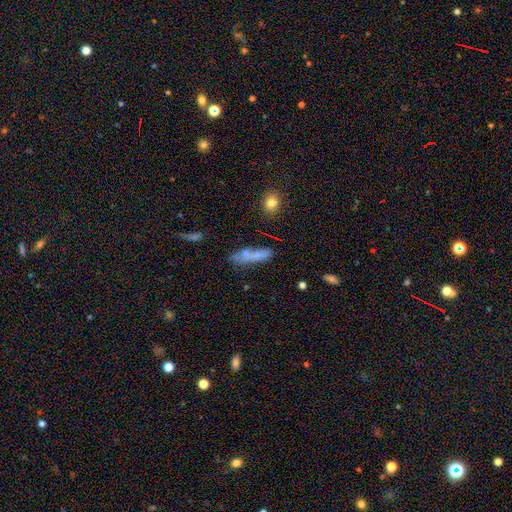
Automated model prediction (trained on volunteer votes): smooth 62%, featured or disk 27%, star or artifact 11%. Down the decision tree: how rounded — cigar-shaped (66%); merging — none (53%).